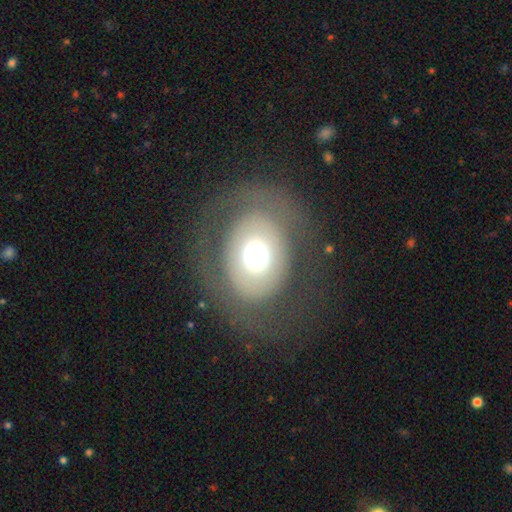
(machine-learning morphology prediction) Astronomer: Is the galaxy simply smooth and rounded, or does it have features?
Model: smooth — 54% (runner-up: featured or disk, 33%).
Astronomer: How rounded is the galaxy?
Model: round — 55% (runner-up: in between, 43%).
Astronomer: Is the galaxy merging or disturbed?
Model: none — 61%.